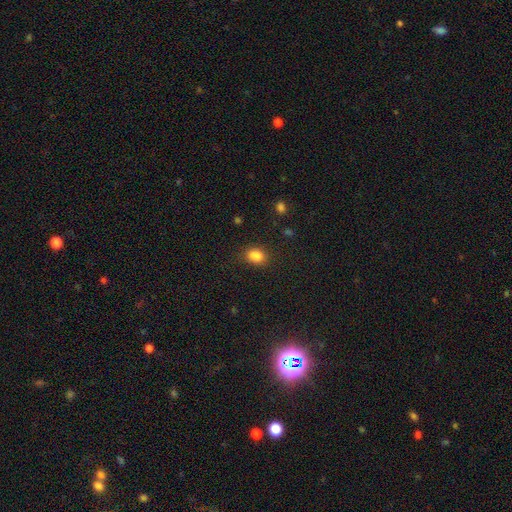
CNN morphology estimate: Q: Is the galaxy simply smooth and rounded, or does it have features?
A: smooth — 83%.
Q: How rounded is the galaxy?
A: in between — 63%.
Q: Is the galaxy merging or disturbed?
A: none — 68%.